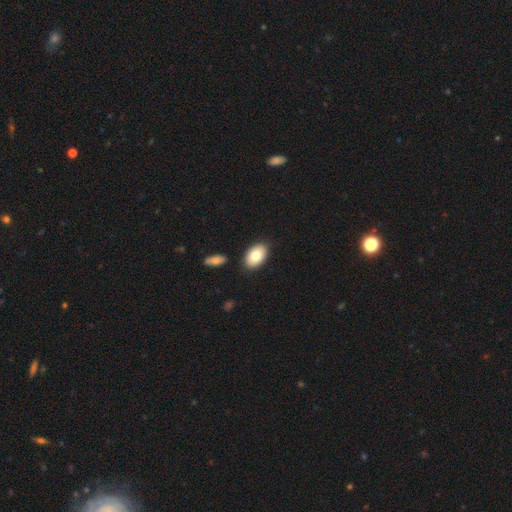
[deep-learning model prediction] Smooth or featured? Predicted: smooth (p=0.79). How rounded? Predicted: in between (p=0.92). Merging? Predicted: none (p=0.85).